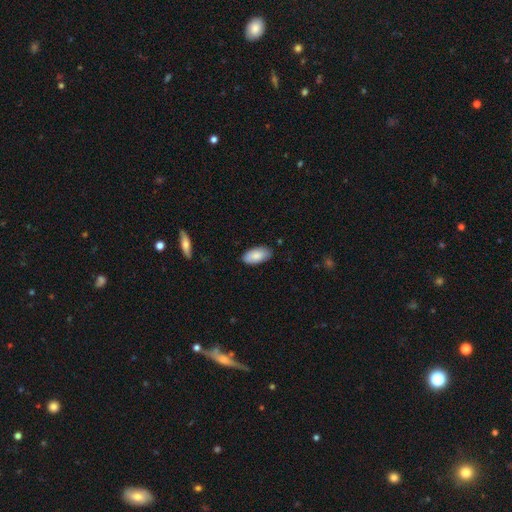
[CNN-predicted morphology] smooth-or-featured: smooth: 86% | featured or disk: 8% | star or artifact: 6%
  how-rounded: in between: 94% | cigar-shaped: 4% | round: 2%
  merging: none: 85% | minor disturbance: 12% | major disturbance: 2% | merger: 1%